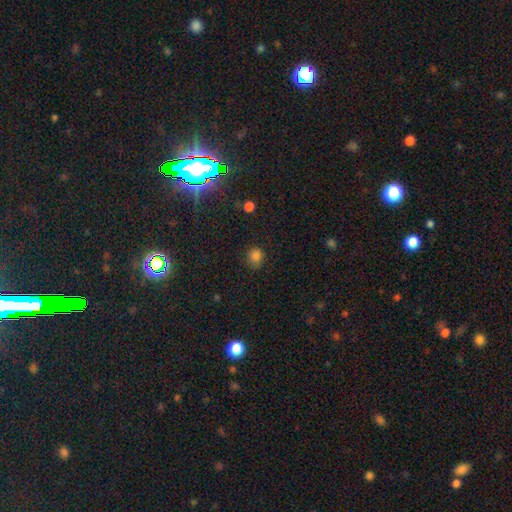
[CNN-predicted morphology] A smooth galaxy with no disk features (79%) that is round (79%). Merging: none (75%).